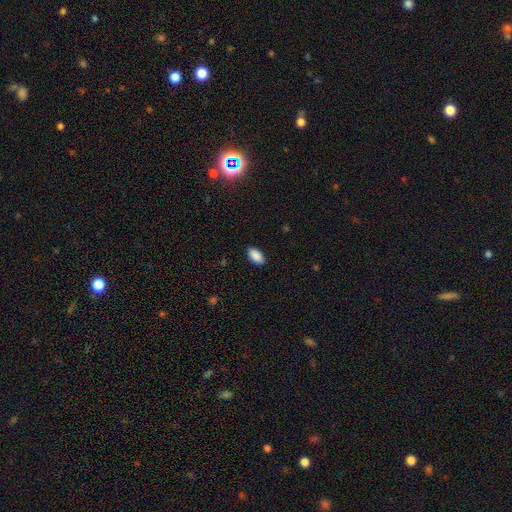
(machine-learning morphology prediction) Q: Smooth or featured?
A: smooth (90%); runner-up: star or artifact (7%)
Q: How rounded?
A: in between (94%); runner-up: round (3%)
Q: Merging?
A: none (89%); runner-up: minor disturbance (8%)